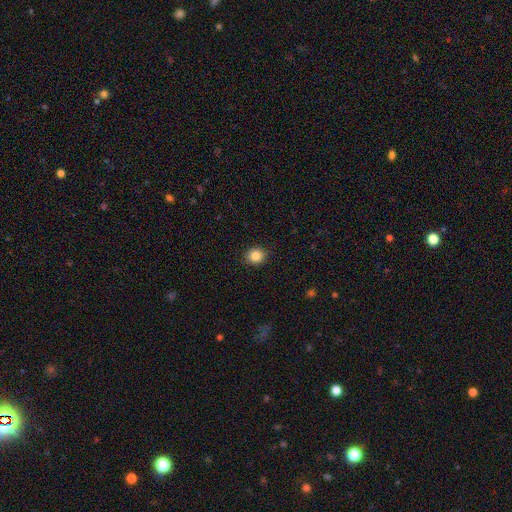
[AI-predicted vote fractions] This is clearly a smooth galaxy (84%). How rounded: likely round (80%). Merging: clearly none (88%).